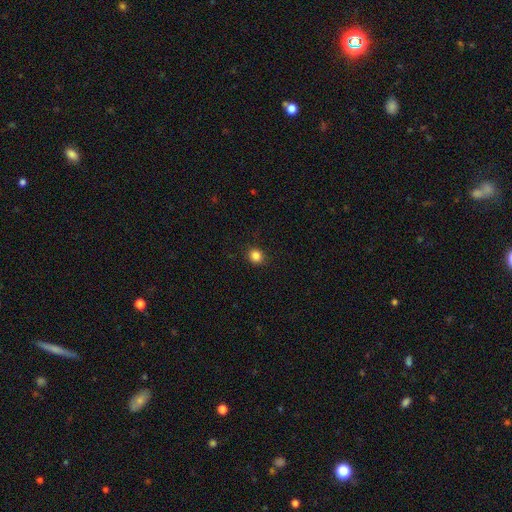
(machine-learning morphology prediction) smooth_or_featured: smooth (p=0.85) [alt: star or artifact p=0.11]
how_rounded: round (p=0.84) [alt: in between p=0.15]
merging: none (p=0.90) [alt: minor disturbance p=0.07]